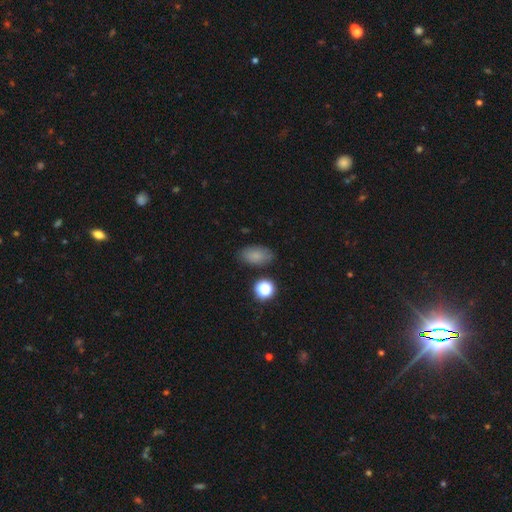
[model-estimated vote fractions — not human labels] The model was most divided on "merging": none: 78%, minor disturbance: 15%, major disturbance: 4%, merger: 3%. More confident: how rounded — in between (89%); smooth or featured — smooth (80%).